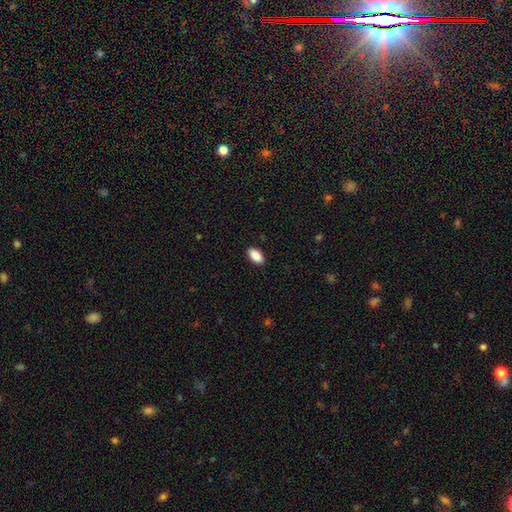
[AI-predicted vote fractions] This appears to be a smooth galaxy with no disk features (90%) that is in between round and cigar-shaped (94%). Merging: none (90%).